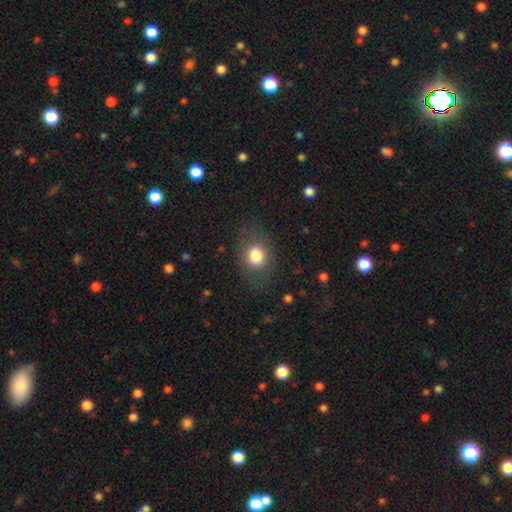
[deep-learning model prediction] A smooth galaxy with no disk features (79%) that is round (50%). Merging: none (79%).